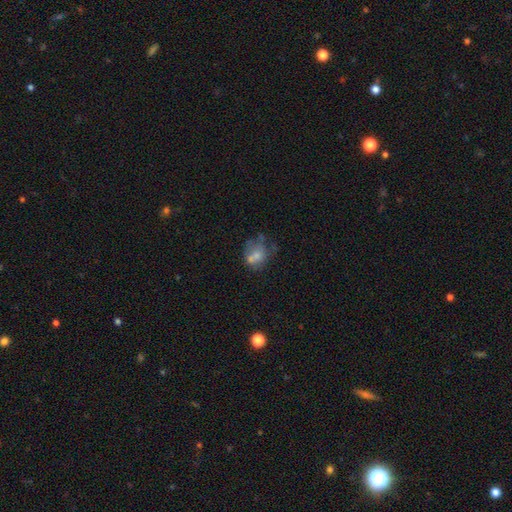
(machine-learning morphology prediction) Smooth or featured?
  - smooth: 57% *
  - featured or disk: 32%
  - star or artifact: 11%
How rounded?
  - round: 52% *
  - in between: 47%
  - cigar-shaped: 1%
Merging?
  - none: 32% *
  - merger: 31%
  - minor disturbance: 20%
  - major disturbance: 18%